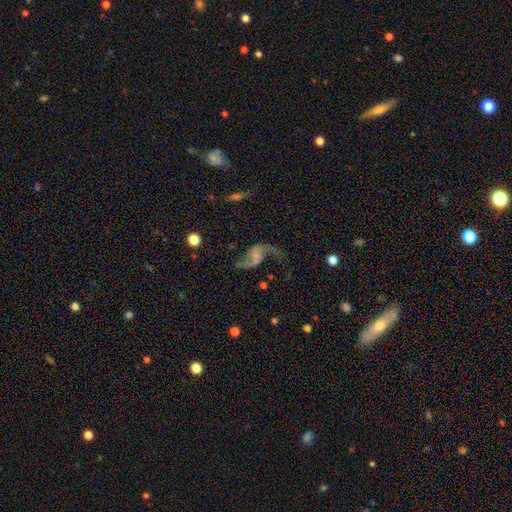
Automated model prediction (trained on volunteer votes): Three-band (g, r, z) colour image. It shows a featured or disk galaxy (85%) with no bar (56%), 2 (92%) loose (88%) spiral arms (95%) and no central bulge (52%). Merging: none (61%).